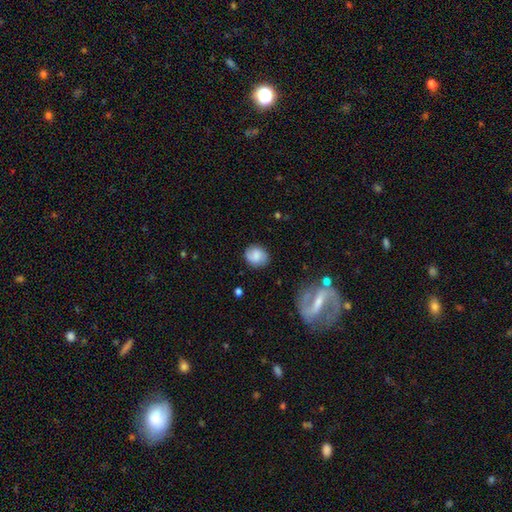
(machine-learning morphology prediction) smooth 71%, featured or disk 20%, star or artifact 9%. Down the decision tree: how rounded — round (67%); merging — none (79%).